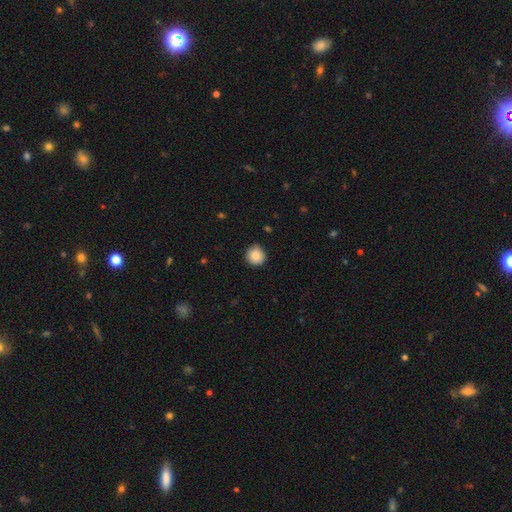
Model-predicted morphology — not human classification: A smooth galaxy with no disk features (87%) that is round (92%).

Vote fractions:
- Smooth or featured? smooth: 87% / star or artifact: 8% / featured or disk: 4%
- How rounded? round: 92% / in between: 7% / cigar-shaped: 1%
- Merging? none: 88% / minor disturbance: 10% / major disturbance: 2% / merger: 1%